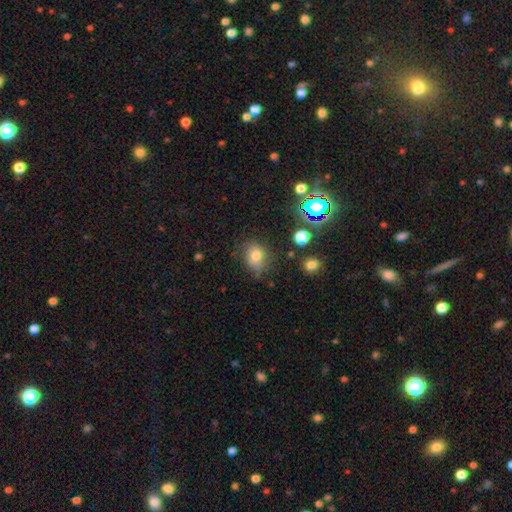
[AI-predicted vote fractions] A smooth galaxy with no disk features (74%) that is in between round and cigar-shaped (57%). Merging: none (64%).